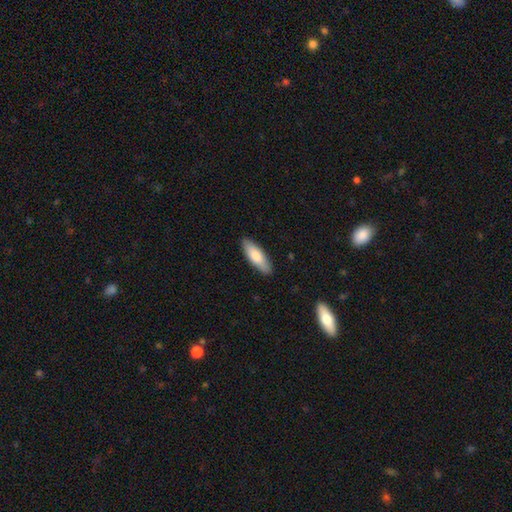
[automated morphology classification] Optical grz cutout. It shows a smooth galaxy with no disk features (77%) that is in between round and cigar-shaped (56%). Merging: none (88%).